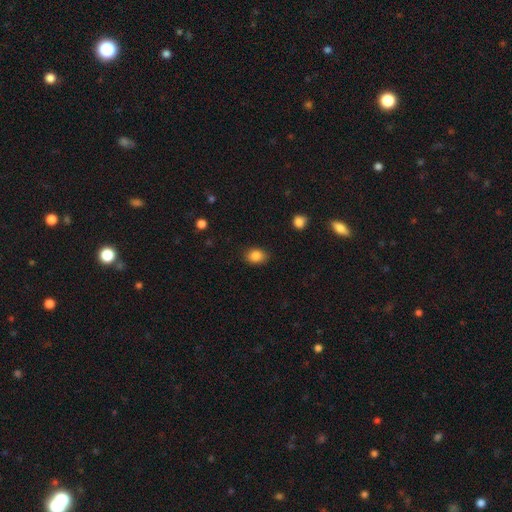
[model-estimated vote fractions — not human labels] Smooth or featured: smooth — 86% (star or artifact — 10%)
How rounded: in between — 65% (round — 33%)
Merging: none — 84% (minor disturbance — 12%)